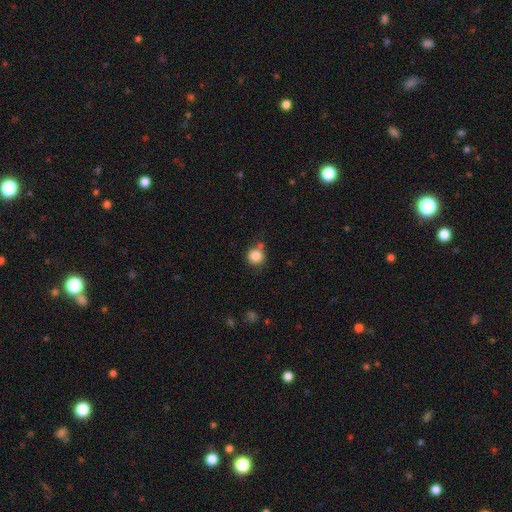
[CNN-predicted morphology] A smooth galaxy with no disk features (86%) that is round (91%).

Vote fractions:
- Smooth or featured? smooth: 86% / star or artifact: 10% / featured or disk: 4%
- How rounded? round: 91% / in between: 9% / cigar-shaped: 1%
- Merging? none: 69% / minor disturbance: 15% / merger: 11% / major disturbance: 5%